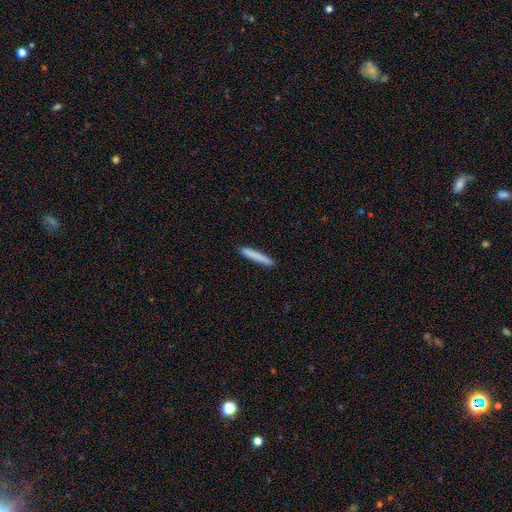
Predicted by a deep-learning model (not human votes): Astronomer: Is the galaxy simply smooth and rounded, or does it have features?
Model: smooth — 82%.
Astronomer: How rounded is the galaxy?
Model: cigar-shaped — 96%.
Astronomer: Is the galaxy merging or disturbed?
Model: none — 92%.